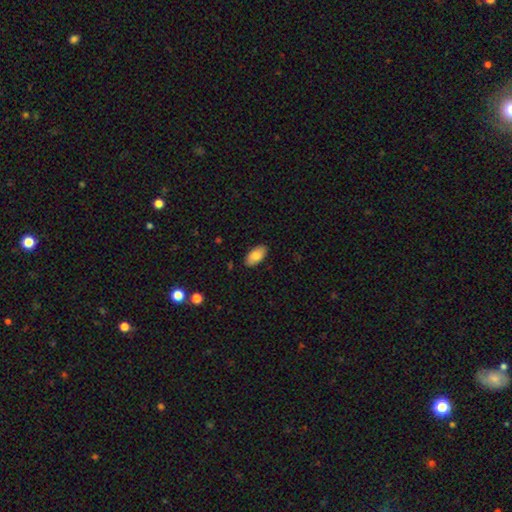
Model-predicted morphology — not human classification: Smooth or featured? smooth (82%)
How rounded? in between (95%)
Merging? none (88%)